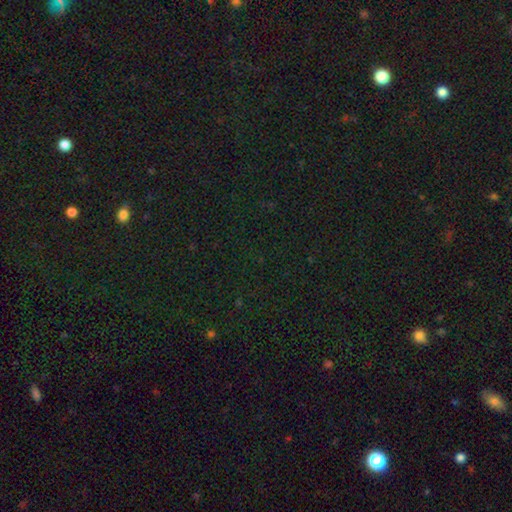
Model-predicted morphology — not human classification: Smooth or featured?
  - star or artifact: 78% *
  - smooth: 14%
  - featured or disk: 7%